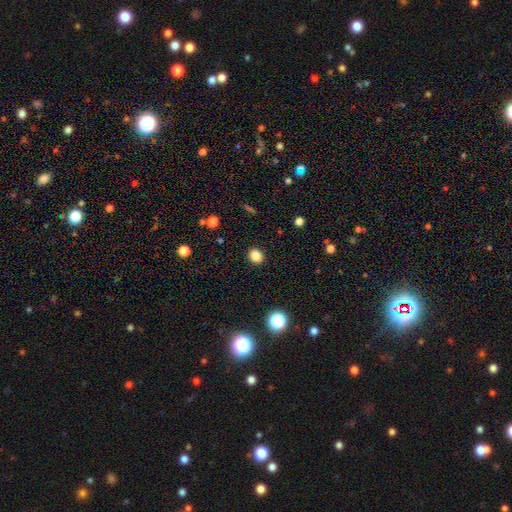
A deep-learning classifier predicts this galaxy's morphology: A smooth galaxy with no disk features (84%) that is round (53%).

Vote fractions:
- Smooth or featured? smooth: 84% / star or artifact: 12% / featured or disk: 4%
- How rounded? round: 53% / in between: 45% / cigar-shaped: 1%
- Merging? none: 90% / minor disturbance: 7% / major disturbance: 2% / merger: 1%